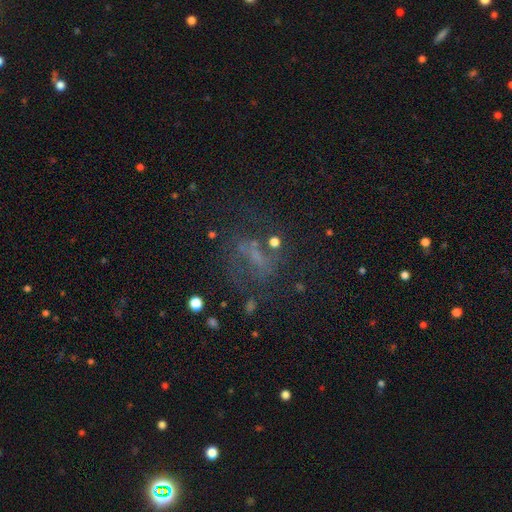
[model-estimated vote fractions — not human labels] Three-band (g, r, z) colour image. It shows a featured or disk galaxy (44%). Merging: none (49%).